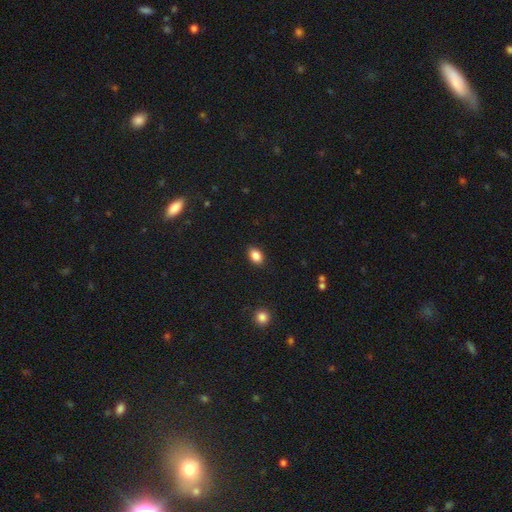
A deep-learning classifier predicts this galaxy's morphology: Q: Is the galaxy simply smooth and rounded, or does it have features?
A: smooth — 86%.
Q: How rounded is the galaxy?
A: in between — 80%.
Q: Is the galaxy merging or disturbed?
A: none — 88%.